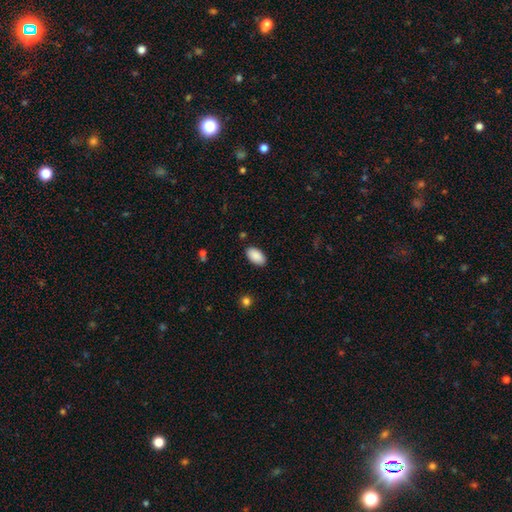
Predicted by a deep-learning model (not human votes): Overall: smooth (90%). How rounded: in between (96%). Merging: none (88%).